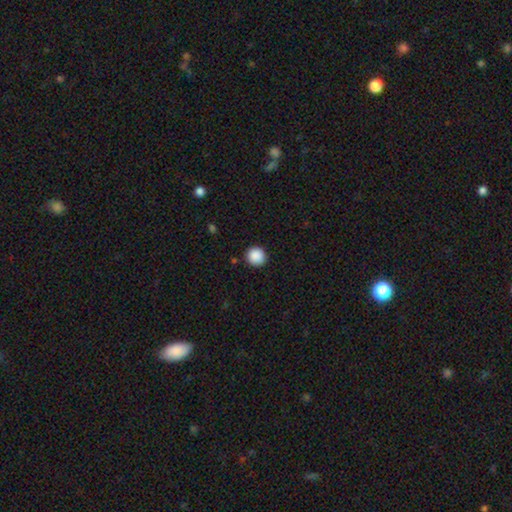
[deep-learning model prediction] smooth 89%, star or artifact 9%, featured or disk 2%. Down the decision tree: how rounded — round (94%); merging — none (91%).